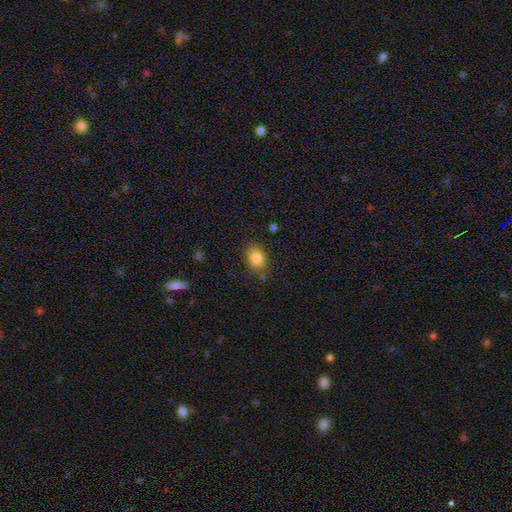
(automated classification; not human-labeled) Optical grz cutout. It shows a smooth galaxy with no disk features (83%) that is in between round and cigar-shaped (54%). Merging: none (81%).